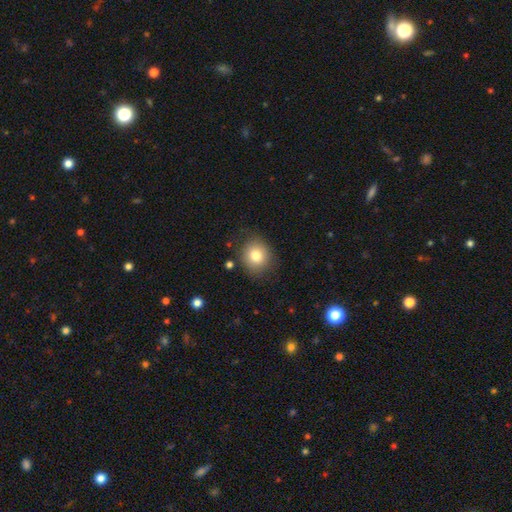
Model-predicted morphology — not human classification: Smooth or featured: smooth — 80% (star or artifact — 10%)
How rounded: round — 80% (in between — 19%)
Merging: none — 83% (minor disturbance — 12%)